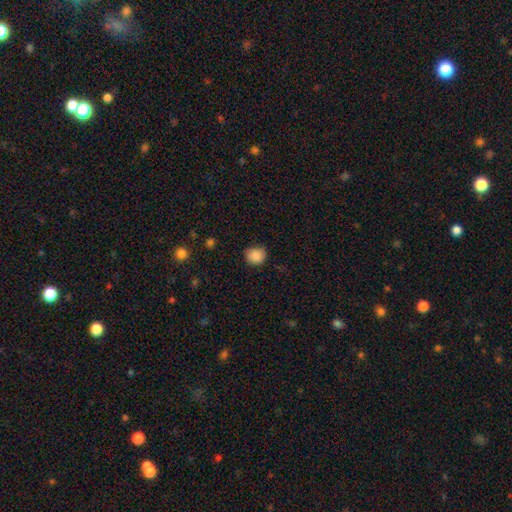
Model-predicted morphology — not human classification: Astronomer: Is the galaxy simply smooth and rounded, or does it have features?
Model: smooth — 87%.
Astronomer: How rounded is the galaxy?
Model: round — 80%.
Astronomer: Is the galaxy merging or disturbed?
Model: none — 70%.